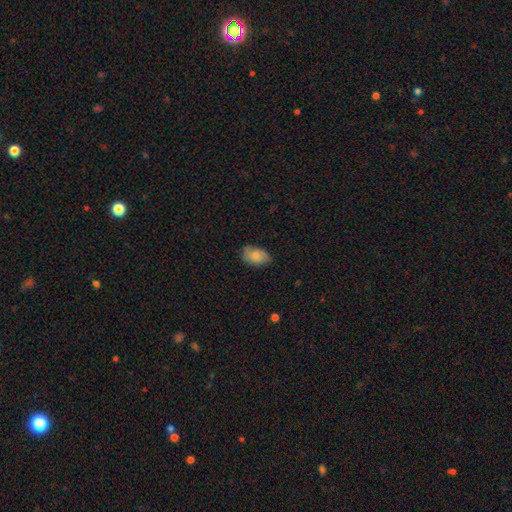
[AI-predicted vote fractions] Q: Smooth or featured?
A: smooth (80%); runner-up: featured or disk (13%)
Q: How rounded?
A: in between (91%); runner-up: round (7%)
Q: Merging?
A: none (75%); runner-up: minor disturbance (20%)